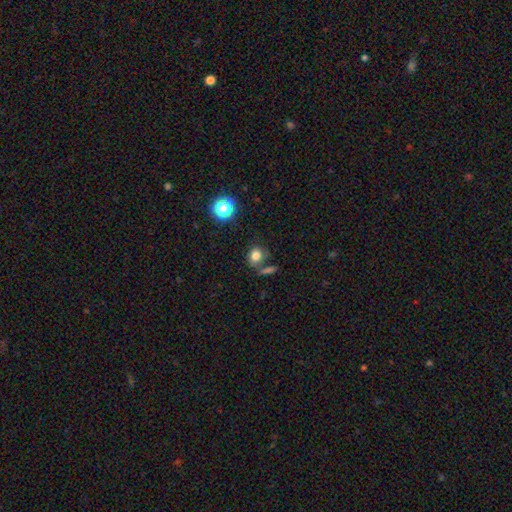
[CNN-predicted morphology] This is likely a smooth galaxy (78%). How rounded: likely round (64%). Merging: likely none (63%).